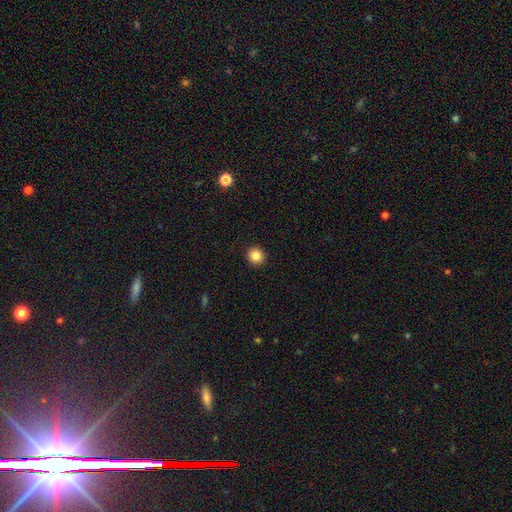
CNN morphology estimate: Overall: smooth (85%). How rounded: round (91%). Merging: none (93%).